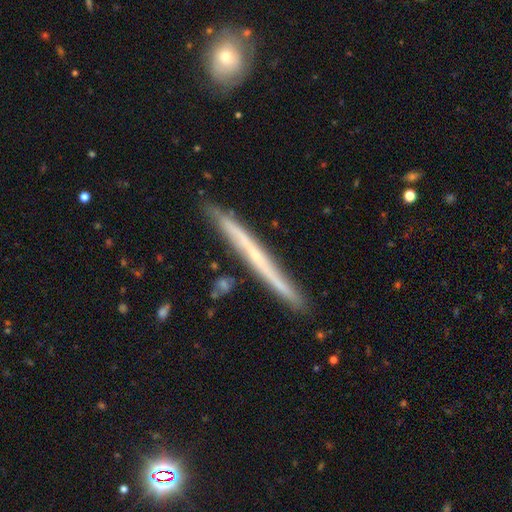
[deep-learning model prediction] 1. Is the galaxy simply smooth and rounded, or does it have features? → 63% featured or disk, 31% smooth, 6% star or artifact.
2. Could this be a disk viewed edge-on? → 96% yes, 4% no.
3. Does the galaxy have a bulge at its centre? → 81% none, 15% rounded, 3% boxy.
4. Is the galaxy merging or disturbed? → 85% none, 11% minor disturbance, 2% merger, 2% major disturbance.